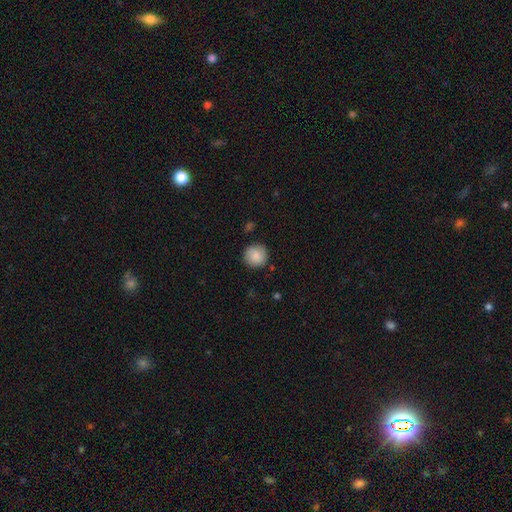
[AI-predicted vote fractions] A smooth galaxy with no disk features (87%) that is round (94%). Merging: none (87%).